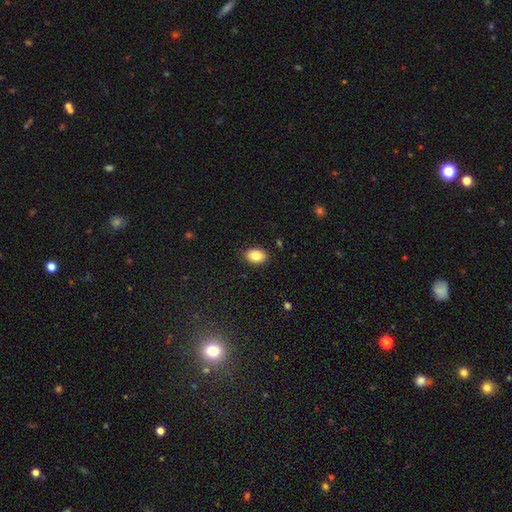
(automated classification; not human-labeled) This is clearly a smooth galaxy (84%). How rounded: clearly in between (82%). Merging: clearly none (87%).